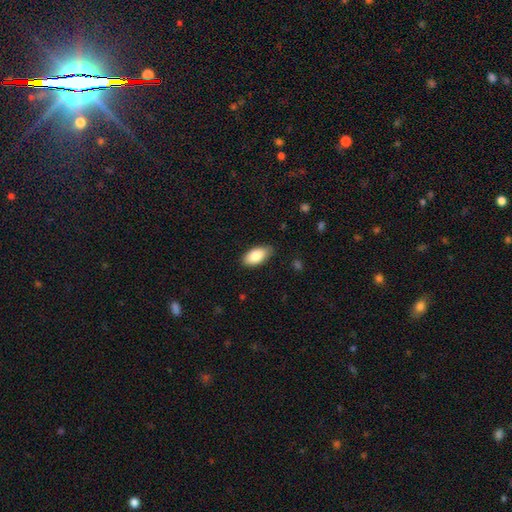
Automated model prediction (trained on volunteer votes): This is clearly a smooth galaxy (85%). How rounded: clearly in between (93%). Merging: clearly none (83%).